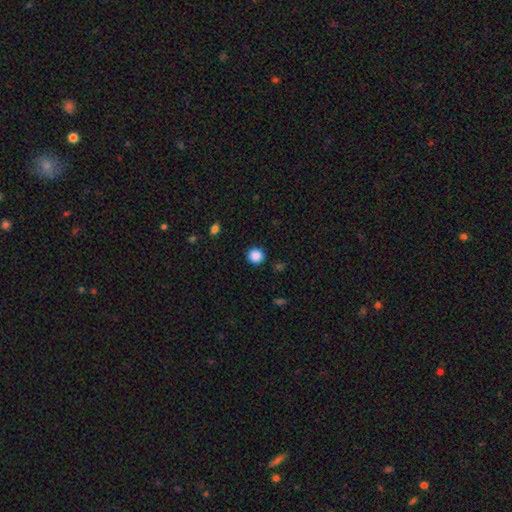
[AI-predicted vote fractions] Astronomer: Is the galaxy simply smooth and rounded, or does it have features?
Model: smooth — 88%.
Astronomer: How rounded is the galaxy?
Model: round — 92%.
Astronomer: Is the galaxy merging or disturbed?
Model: none — 90%.